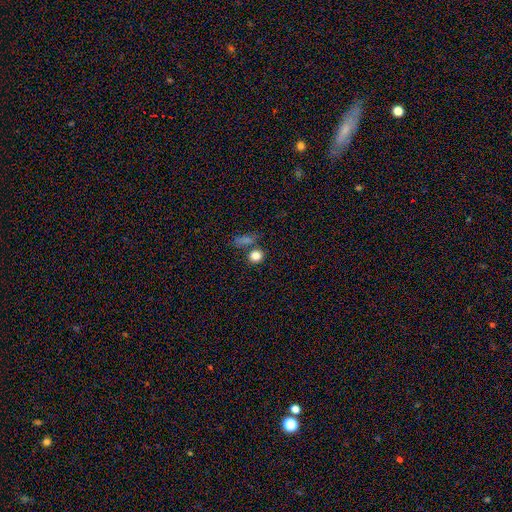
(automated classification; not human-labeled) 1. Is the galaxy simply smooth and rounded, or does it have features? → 81% smooth, 13% star or artifact, 6% featured or disk.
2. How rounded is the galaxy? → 82% round, 17% in between, 2% cigar-shaped.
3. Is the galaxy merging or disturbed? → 69% none, 16% merger, 10% minor disturbance, 5% major disturbance.